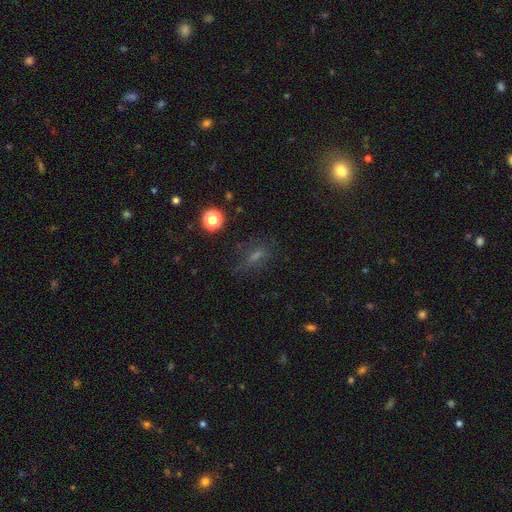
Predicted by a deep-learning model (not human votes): A smooth galaxy with no disk features (49%).

Vote fractions:
- Smooth or featured? smooth: 49% / star or artifact: 29% / featured or disk: 22%
- Merging? none: 66% / minor disturbance: 18% / major disturbance: 13% / merger: 3%